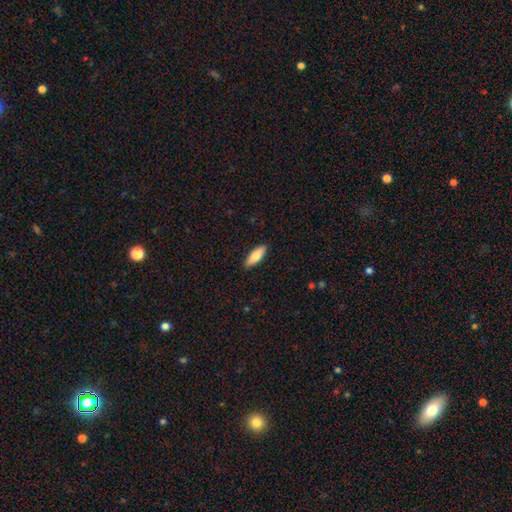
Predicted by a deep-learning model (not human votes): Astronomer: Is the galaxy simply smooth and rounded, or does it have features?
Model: smooth — 80%.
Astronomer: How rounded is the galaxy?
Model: in between — 60% (runner-up: cigar-shaped, 38%).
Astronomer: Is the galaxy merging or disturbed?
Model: none — 90%.